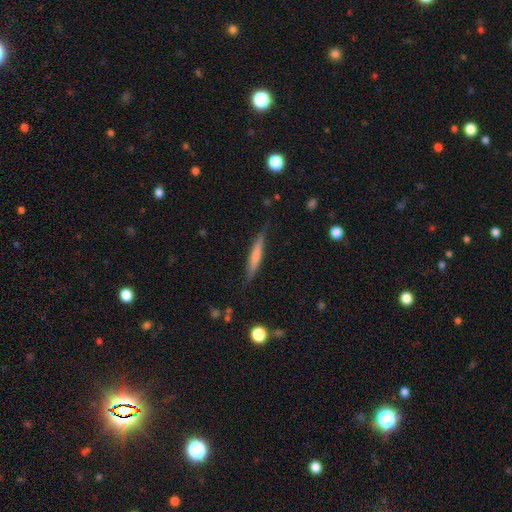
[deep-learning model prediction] Smooth or featured: smooth — 56% (featured or disk — 38%)
How rounded: cigar-shaped — 93% (in between — 6%)
Merging: none — 80% (minor disturbance — 15%)